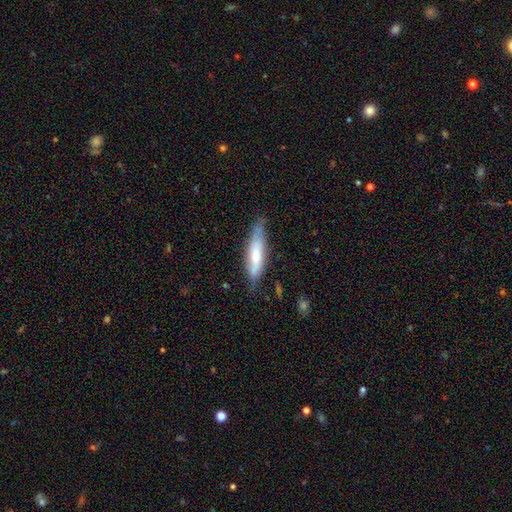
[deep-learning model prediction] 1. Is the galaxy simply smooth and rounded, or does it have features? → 57% smooth, 36% featured or disk, 6% star or artifact.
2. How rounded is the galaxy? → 73% cigar-shaped, 26% in between, 1% round.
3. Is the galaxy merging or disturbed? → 68% none, 25% minor disturbance, 5% major disturbance, 2% merger.